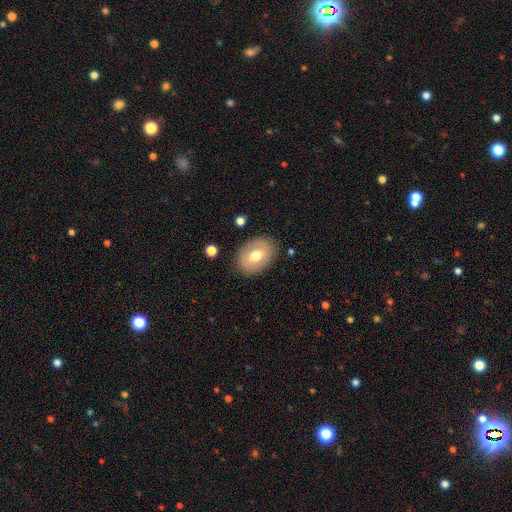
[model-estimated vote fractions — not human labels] Smooth or featured? Predicted: smooth (p=0.63). How rounded? Predicted: in between (p=0.74). Merging? Predicted: none (p=0.84).